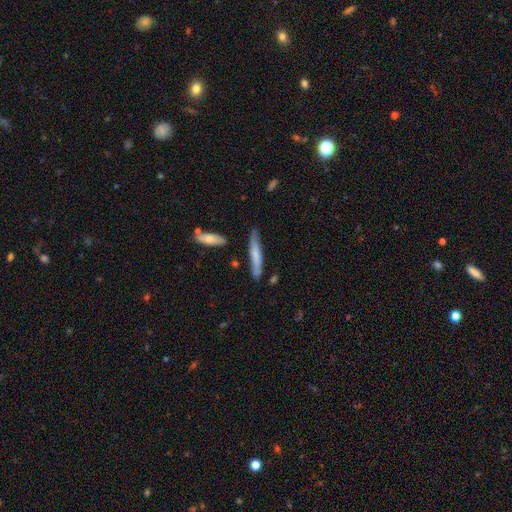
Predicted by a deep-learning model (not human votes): Smooth or featured?
  - smooth: 62% *
  - featured or disk: 32%
  - star or artifact: 6%
How rounded?
  - cigar-shaped: 90% *
  - in between: 9%
  - round: 1%
Merging?
  - none: 73% *
  - minor disturbance: 19%
  - merger: 4%
  - major disturbance: 4%